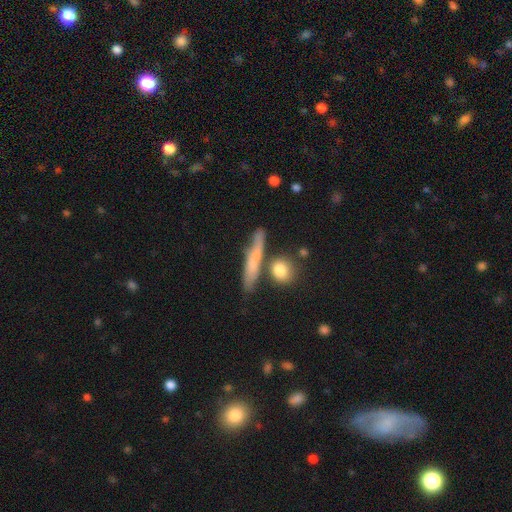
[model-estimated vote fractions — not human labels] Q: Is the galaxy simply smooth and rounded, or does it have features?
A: smooth — 52%.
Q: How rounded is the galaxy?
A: cigar-shaped — 85%.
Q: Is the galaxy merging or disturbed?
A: none — 76%.